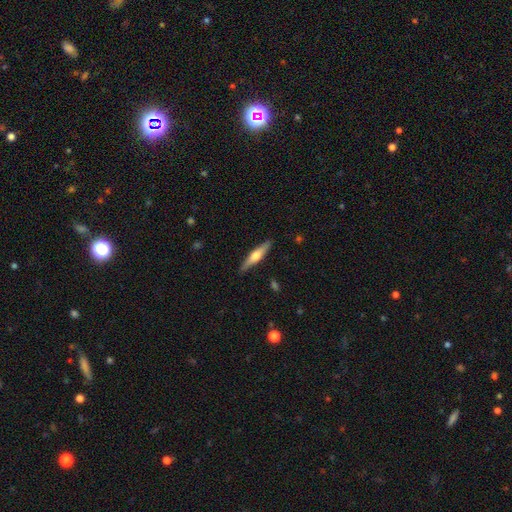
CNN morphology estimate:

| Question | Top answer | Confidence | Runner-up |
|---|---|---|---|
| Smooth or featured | featured or disk | 55% | smooth (40%) |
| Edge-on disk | yes | 95% | no (5%) |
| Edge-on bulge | rounded | 91% | boxy (5%) |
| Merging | none | 88% | minor disturbance (9%) |